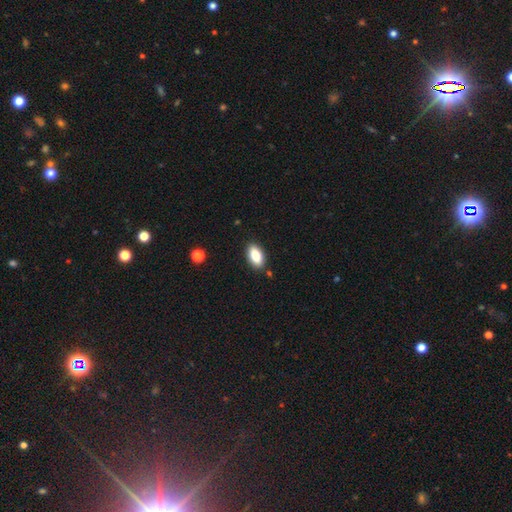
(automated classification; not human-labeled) smooth_or_featured: smooth (p=0.84) [alt: featured or disk p=0.08]
how_rounded: in between (p=0.91) [alt: cigar-shaped p=0.05]
merging: none (p=0.87) [alt: minor disturbance p=0.09]